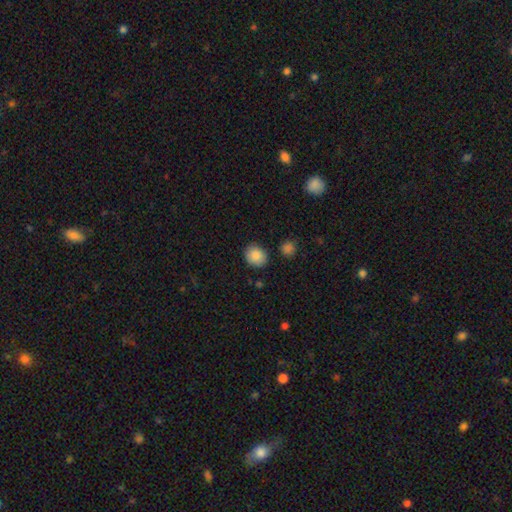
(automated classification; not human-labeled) A smooth galaxy with no disk features (87%) that is round (67%).

Vote fractions:
- Smooth or featured? smooth: 87% / star or artifact: 8% / featured or disk: 5%
- How rounded? round: 67% / in between: 32% / cigar-shaped: 1%
- Merging? none: 84% / minor disturbance: 10% / merger: 3% / major disturbance: 3%